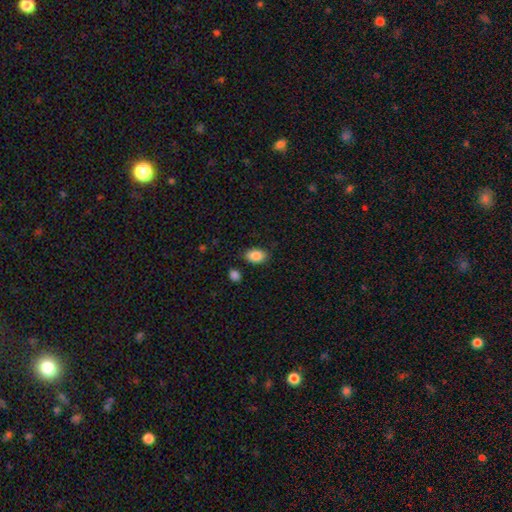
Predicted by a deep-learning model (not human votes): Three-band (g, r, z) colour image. It shows a smooth galaxy with no disk features (88%) that is in between round and cigar-shaped (86%). Merging: none (82%).